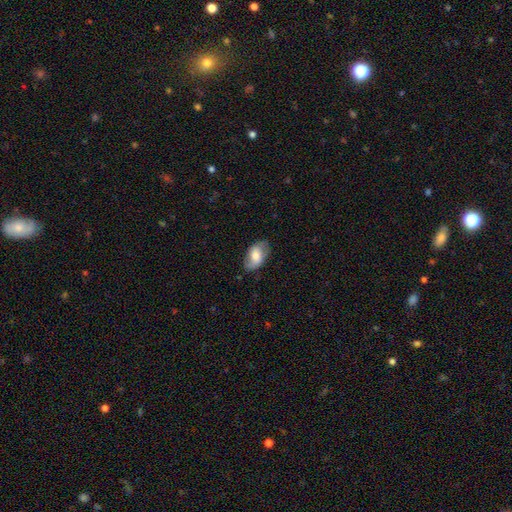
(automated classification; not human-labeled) A smooth galaxy with no disk features (56%) that is in between round and cigar-shaped (91%).

Vote fractions:
- Smooth or featured? smooth: 56% / featured or disk: 37% / star or artifact: 7%
- How rounded? in between: 91% / round: 7% / cigar-shaped: 2%
- Merging? none: 75% / minor disturbance: 19% / major disturbance: 5% / merger: 1%